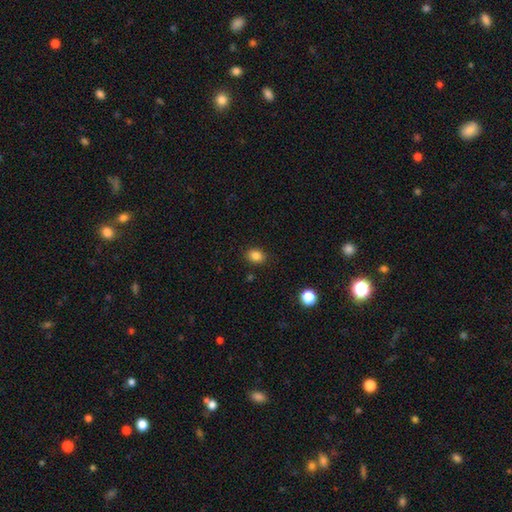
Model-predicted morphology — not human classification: Overall: smooth (84%). How rounded: in between (54%; round 45%). Merging: none (88%).